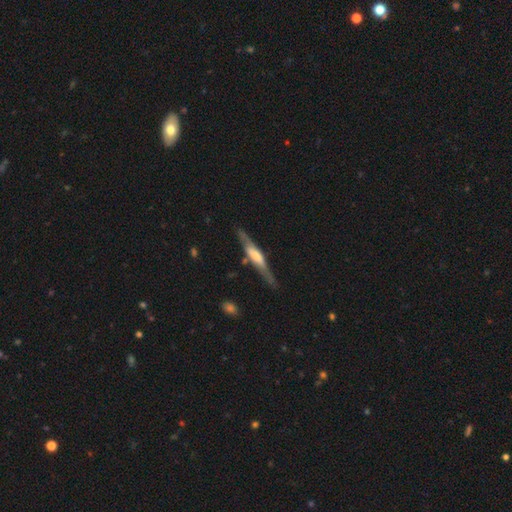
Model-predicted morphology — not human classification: Smooth or featured? featured or disk (65%)
Edge-on disk? yes (88%)
Edge-on bulge? rounded (48%)
Merging? none (76%)